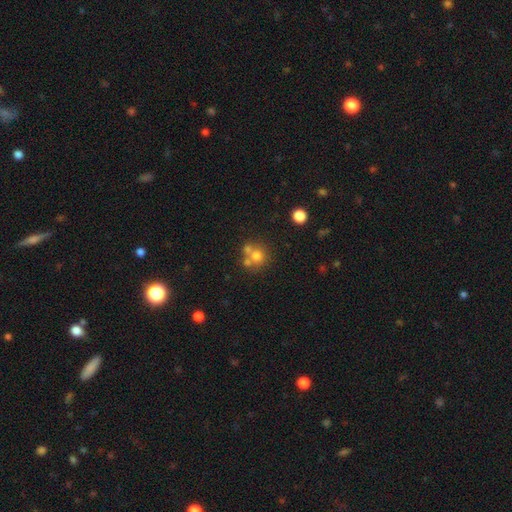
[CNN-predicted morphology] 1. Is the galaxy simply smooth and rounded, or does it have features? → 67% smooth, 17% featured or disk, 15% star or artifact.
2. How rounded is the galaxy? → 88% round, 11% in between, 1% cigar-shaped.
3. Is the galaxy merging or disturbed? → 50% none, 38% merger, 8% minor disturbance, 4% major disturbance.